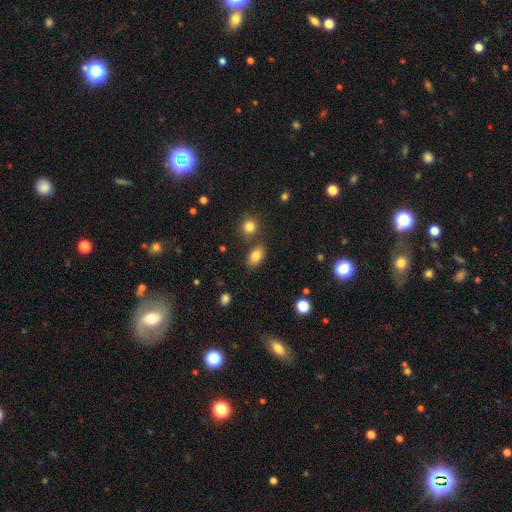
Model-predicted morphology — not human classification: This is clearly a smooth galaxy (82%). How rounded: clearly in between (88%). Merging: likely none (74%).